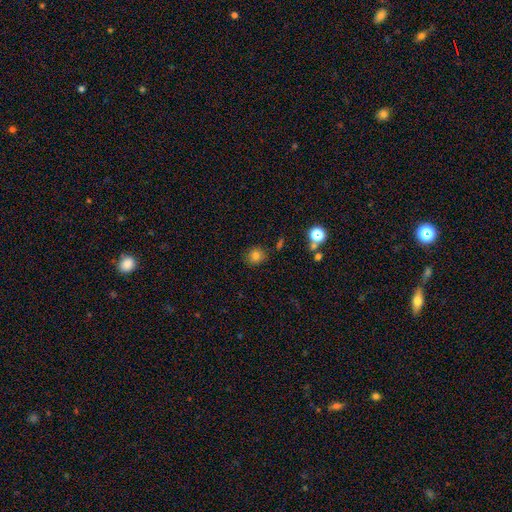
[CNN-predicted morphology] type=smooth (79%); roundness=round (85%); merging=none (84%).